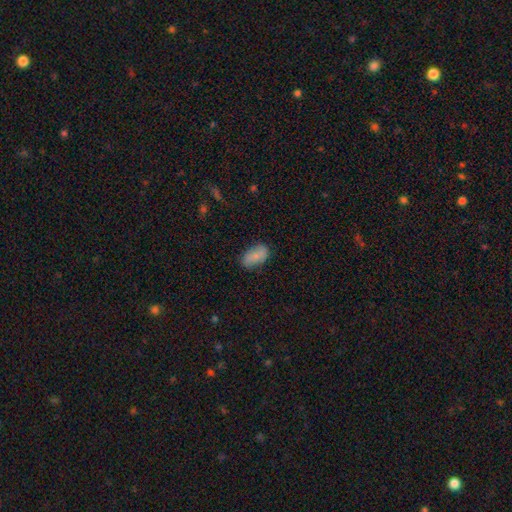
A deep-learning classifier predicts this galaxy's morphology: smooth 80%, featured or disk 13%, star or artifact 7%. Down the decision tree: how rounded — in between (93%); merging — none (77%).